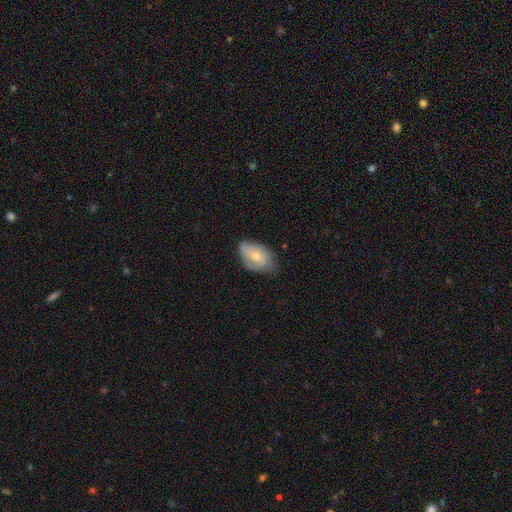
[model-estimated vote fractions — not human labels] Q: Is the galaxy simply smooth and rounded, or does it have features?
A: smooth — 51%.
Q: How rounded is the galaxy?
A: in between — 87%.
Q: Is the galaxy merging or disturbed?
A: none — 53%.